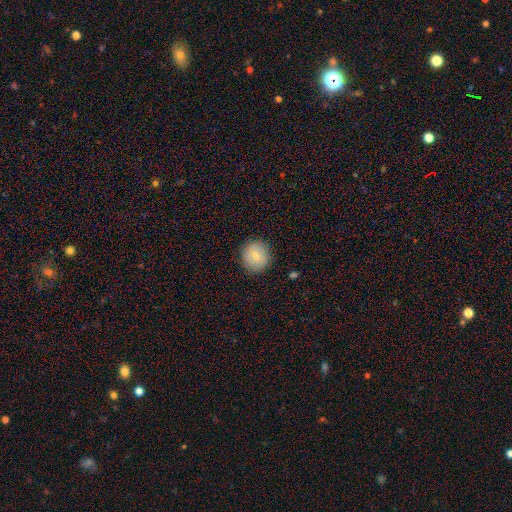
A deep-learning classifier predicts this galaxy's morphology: A smooth galaxy with no disk features (76%) that is round (91%). Merging: none (89%).